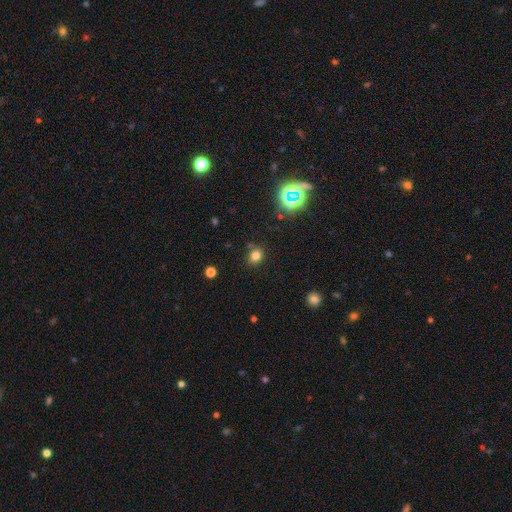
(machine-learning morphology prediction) The model was most divided on "how rounded": round: 70%, in between: 29%, cigar-shaped: 1%. More confident: merging — none (79%); smooth or featured — smooth (75%).